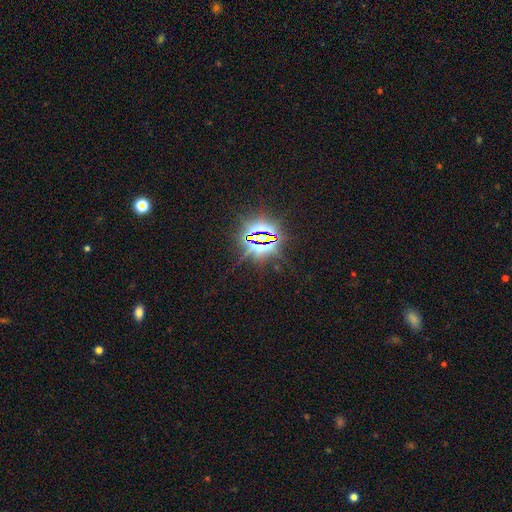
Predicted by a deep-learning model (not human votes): Smooth or featured: star or artifact — 82% (smooth — 11%)